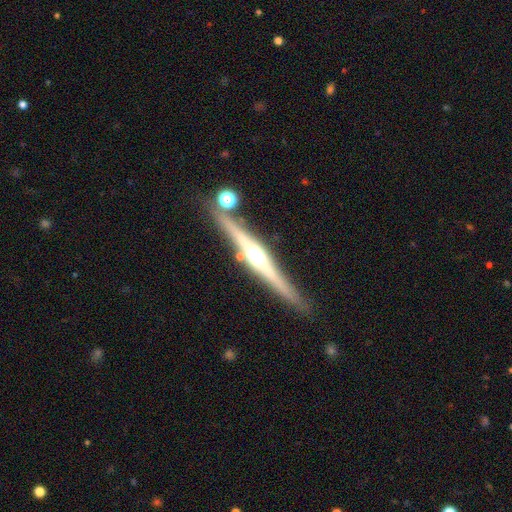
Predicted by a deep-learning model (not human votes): Smooth or featured? featured or disk (77%)
Edge-on disk? yes (97%)
Edge-on bulge? rounded (92%)
Merging? none (83%)